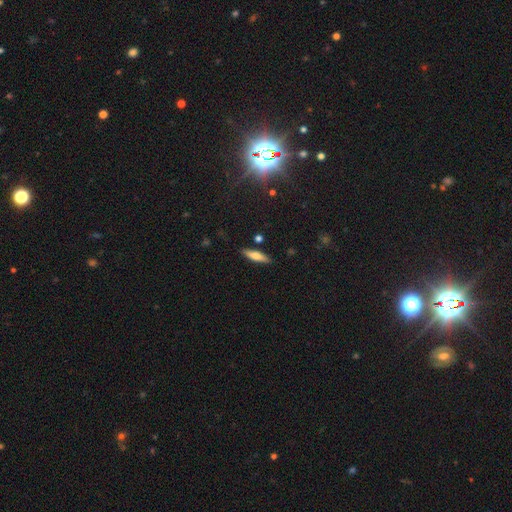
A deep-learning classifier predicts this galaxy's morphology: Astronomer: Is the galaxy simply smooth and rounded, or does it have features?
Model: smooth — 67%.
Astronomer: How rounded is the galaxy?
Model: cigar-shaped — 68%.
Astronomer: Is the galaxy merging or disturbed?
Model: none — 85%.